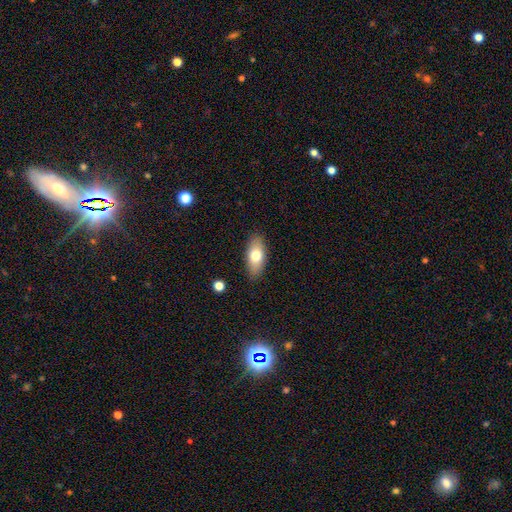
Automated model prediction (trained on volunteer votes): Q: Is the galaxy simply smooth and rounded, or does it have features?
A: smooth — 73%.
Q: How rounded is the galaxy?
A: in between — 84%.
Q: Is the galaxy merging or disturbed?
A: none — 87%.